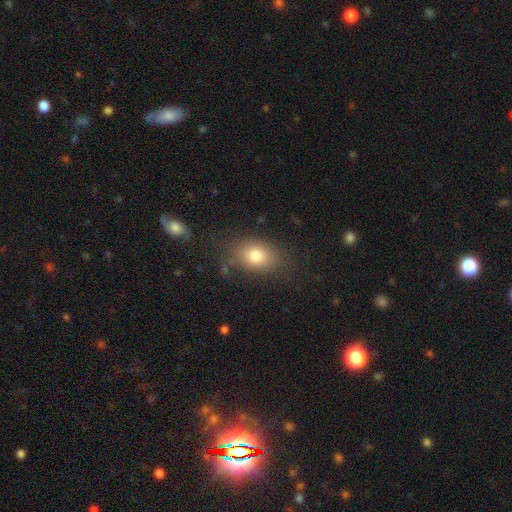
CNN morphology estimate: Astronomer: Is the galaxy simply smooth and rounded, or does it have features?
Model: smooth — 78%.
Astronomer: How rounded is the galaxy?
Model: in between — 75%.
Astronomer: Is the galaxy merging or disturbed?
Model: none — 77%.